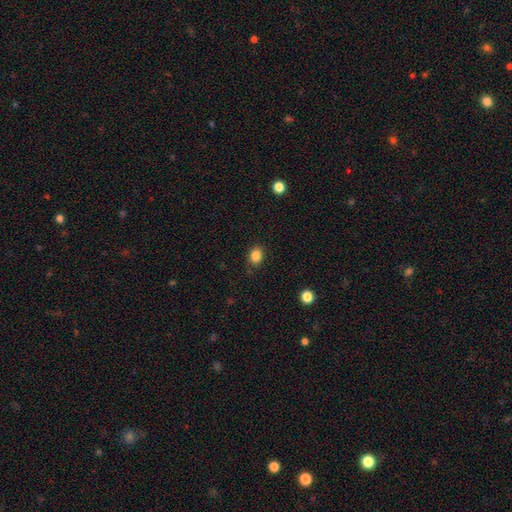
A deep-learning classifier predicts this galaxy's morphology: This appears to be a smooth galaxy with no disk features (85%) that is in between round and cigar-shaped (51%). Merging: none (84%).